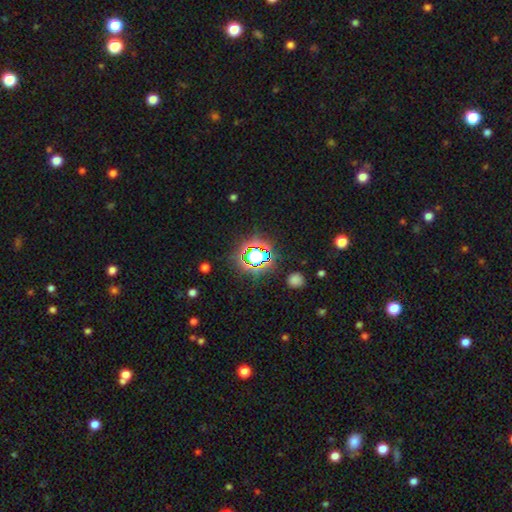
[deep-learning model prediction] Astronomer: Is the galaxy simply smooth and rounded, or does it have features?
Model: star or artifact — 71%.